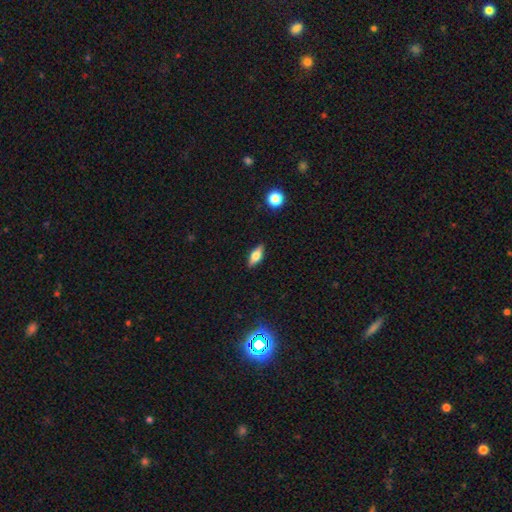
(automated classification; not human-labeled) A smooth galaxy with no disk features (66%) that is in between round and cigar-shaped (75%).

Vote fractions:
- Smooth or featured? smooth: 66% / featured or disk: 26% / star or artifact: 8%
- How rounded? in between: 75% / cigar-shaped: 21% / round: 4%
- Merging? none: 87% / minor disturbance: 9% / major disturbance: 2% / merger: 1%